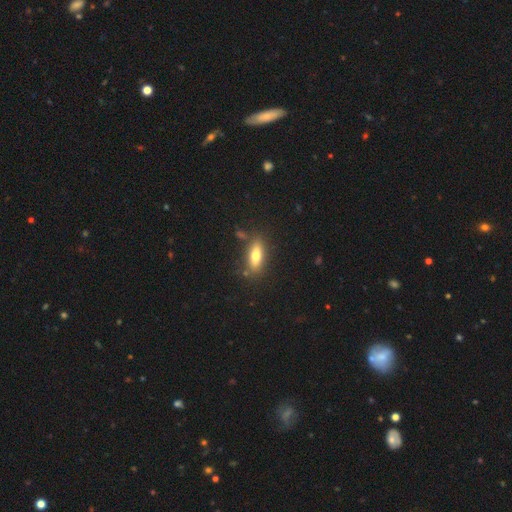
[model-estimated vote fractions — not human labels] smooth 72%, featured or disk 21%, star or artifact 8%. Down the decision tree: how rounded — in between (67%); merging — none (79%).